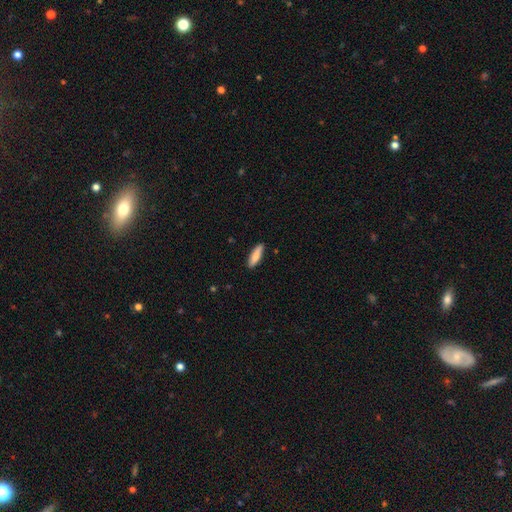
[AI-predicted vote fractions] Q: Smooth or featured?
A: smooth (84%); runner-up: featured or disk (11%)
Q: How rounded?
A: cigar-shaped (65%); runner-up: in between (33%)
Q: Merging?
A: none (87%); runner-up: minor disturbance (10%)